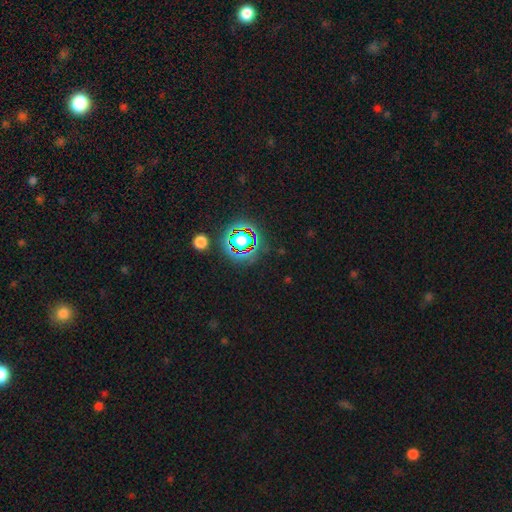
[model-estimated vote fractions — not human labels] Overall: star or artifact (73%).